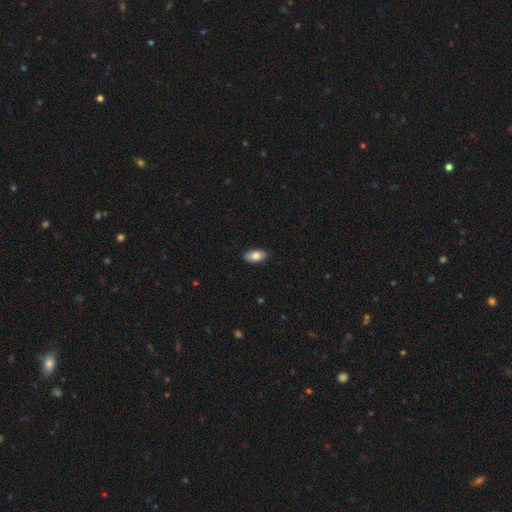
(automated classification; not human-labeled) smooth-or-featured: smooth: 79% | featured or disk: 14% | star or artifact: 7%
  how-rounded: in between: 92% | cigar-shaped: 5% | round: 3%
  merging: none: 89% | minor disturbance: 8% | major disturbance: 2% | merger: 1%